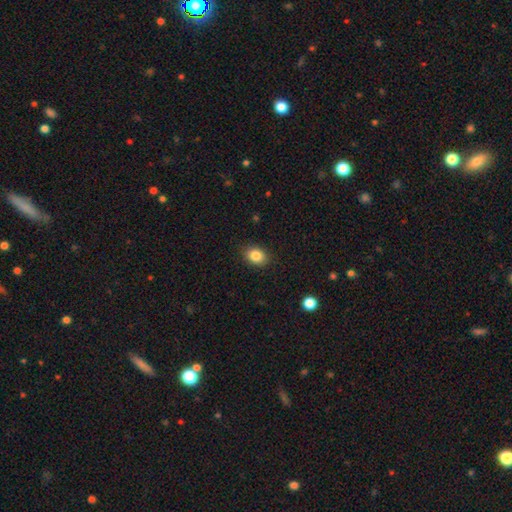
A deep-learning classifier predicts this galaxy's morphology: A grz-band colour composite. It shows a smooth galaxy with no disk features (85%) that is in between round and cigar-shaped (66%). Merging: none (88%).